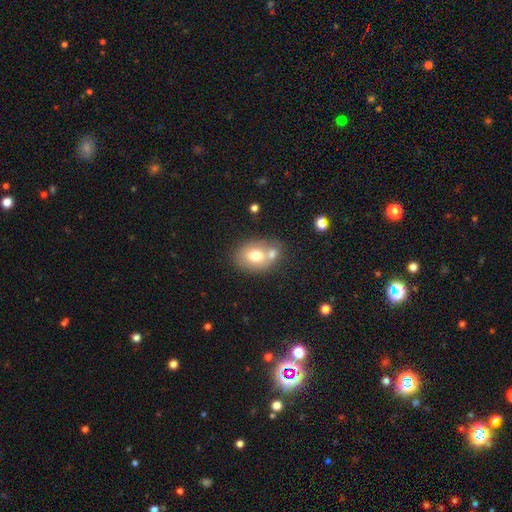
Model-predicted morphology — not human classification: smooth_or_featured: smooth (p=0.70) [alt: featured or disk p=0.22]
how_rounded: in between (p=0.65) [alt: round p=0.34]
merging: merger (p=0.44) [alt: none p=0.40]